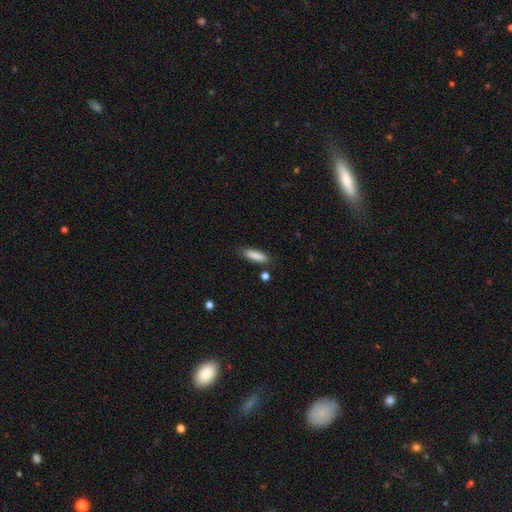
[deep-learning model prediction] Smooth or featured? smooth (87%)
How rounded? cigar-shaped (58%)
Merging? none (82%)